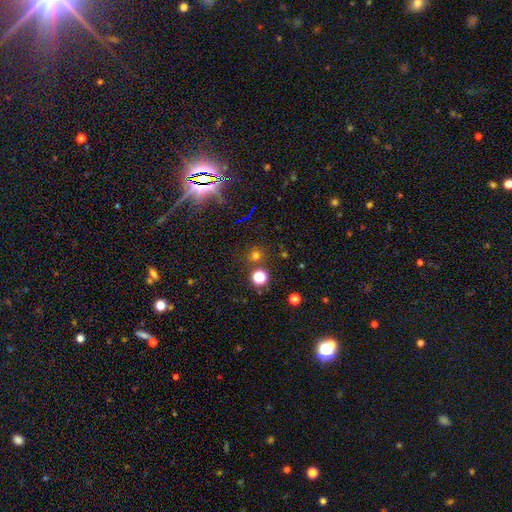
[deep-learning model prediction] Q: Smooth or featured?
A: smooth (60%); runner-up: star or artifact (33%)
Q: How rounded?
A: round (90%); runner-up: in between (9%)
Q: Merging?
A: none (83%); runner-up: minor disturbance (7%)